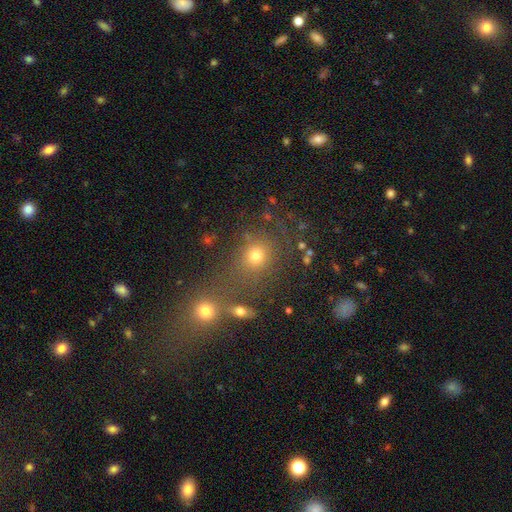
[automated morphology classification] Overall: smooth (69%). How rounded: round (70%). Merging: none (61%; merger 23%).